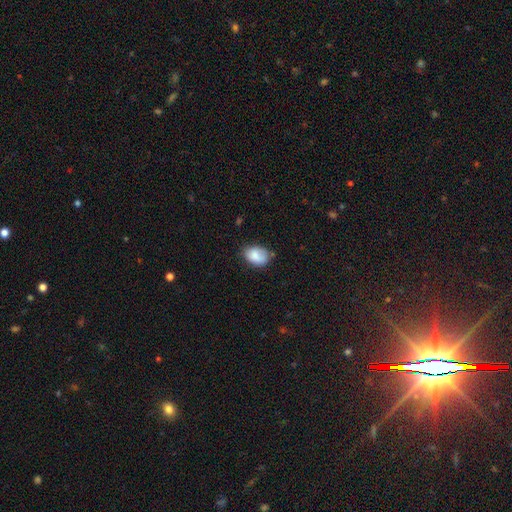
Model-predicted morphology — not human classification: smooth-or-featured: smooth: 83% | featured or disk: 9% | star or artifact: 8%
  how-rounded: in between: 79% | round: 20% | cigar-shaped: 1%
  merging: none: 62% | minor disturbance: 29% | major disturbance: 6% | merger: 3%